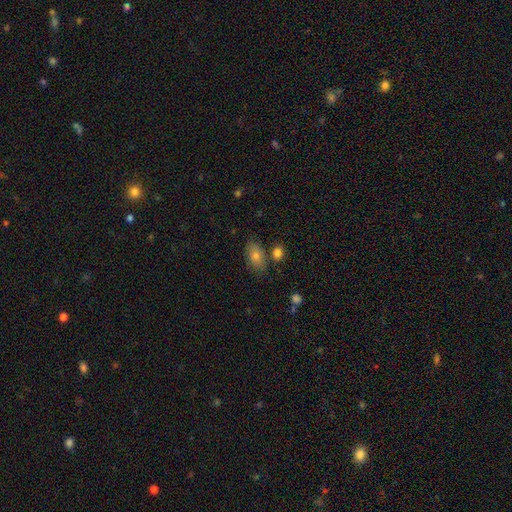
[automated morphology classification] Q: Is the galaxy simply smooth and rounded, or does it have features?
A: smooth — 75%.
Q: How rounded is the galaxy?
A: in between — 88%.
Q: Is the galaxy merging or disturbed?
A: none — 75%.